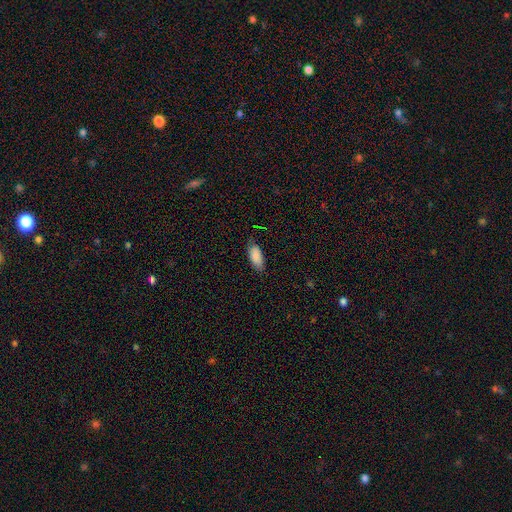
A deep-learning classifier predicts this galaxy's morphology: Smooth or featured? smooth (87%)
How rounded? in between (87%)
Merging? none (71%)